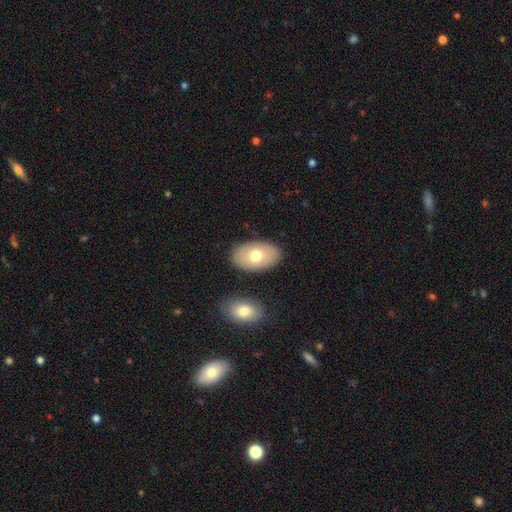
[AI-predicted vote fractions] This appears to be a smooth galaxy with no disk features (71%) that is in between round and cigar-shaped (92%). Merging: none (83%).